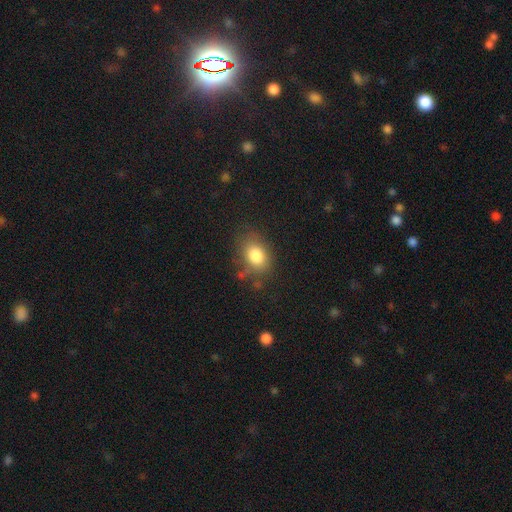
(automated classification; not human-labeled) smooth 82%, star or artifact 10%, featured or disk 9%. Down the decision tree: how rounded — in between (71%); merging — none (68%).